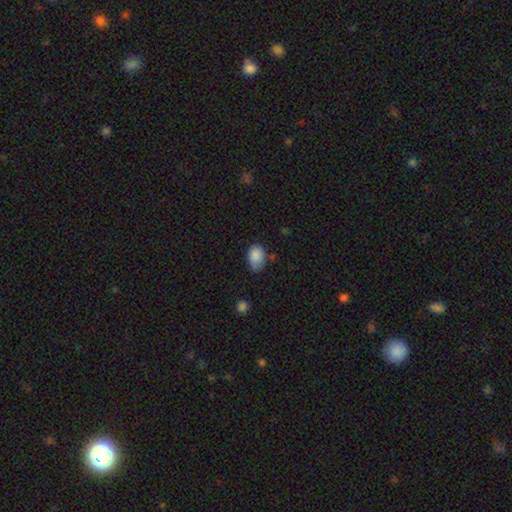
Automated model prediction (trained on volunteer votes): Smooth or featured: smooth — 86% (star or artifact — 8%)
How rounded: in between — 82% (round — 17%)
Merging: none — 58% (minor disturbance — 33%)